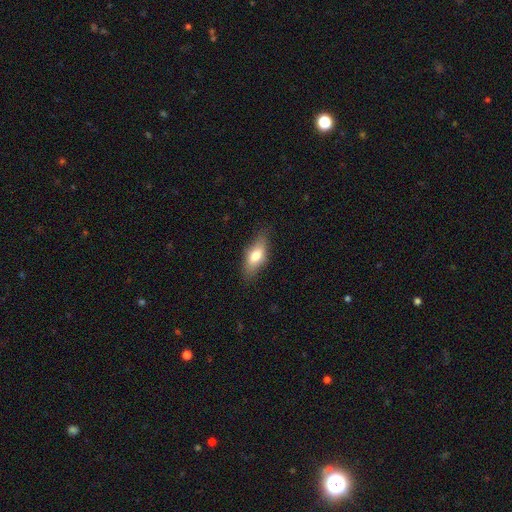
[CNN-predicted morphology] Smooth or featured? Predicted: smooth (p=0.71). How rounded? Predicted: in between (p=0.74). Merging? Predicted: none (p=0.78).